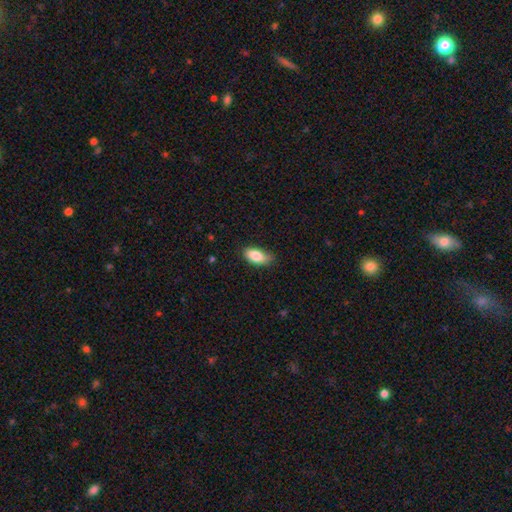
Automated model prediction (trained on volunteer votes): Smooth or featured? smooth (85%)
How rounded? in between (91%)
Merging? none (65%)